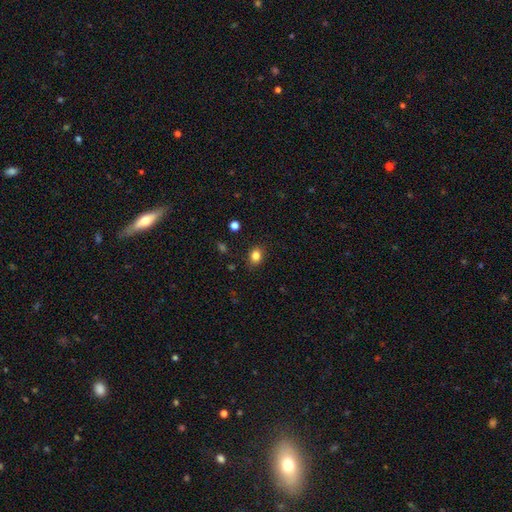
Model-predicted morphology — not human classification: Smooth or featured? Predicted: smooth (p=0.83). How rounded? Predicted: in between (p=0.54). Merging? Predicted: none (p=0.86).